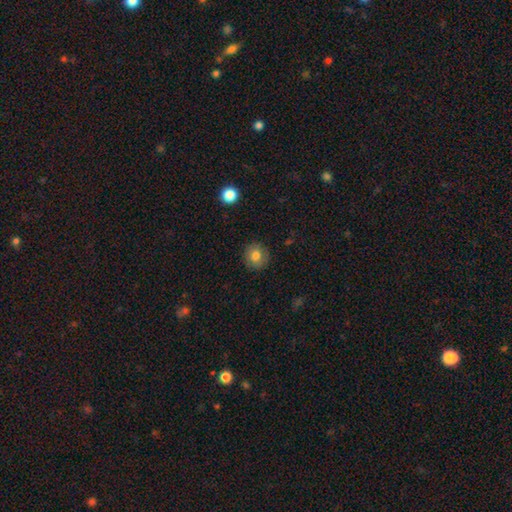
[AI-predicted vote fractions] A smooth galaxy with no disk features (80%) that is round (89%). Merging: none (89%).